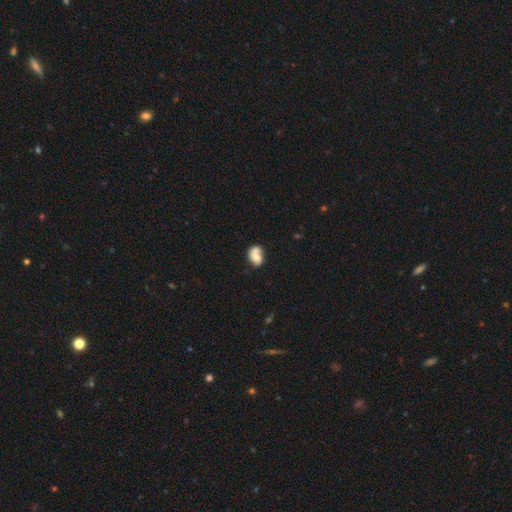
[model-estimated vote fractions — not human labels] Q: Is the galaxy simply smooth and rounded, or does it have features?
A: smooth — 56%.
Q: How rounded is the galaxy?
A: in between — 68%.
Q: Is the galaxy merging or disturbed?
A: merger — 38%.